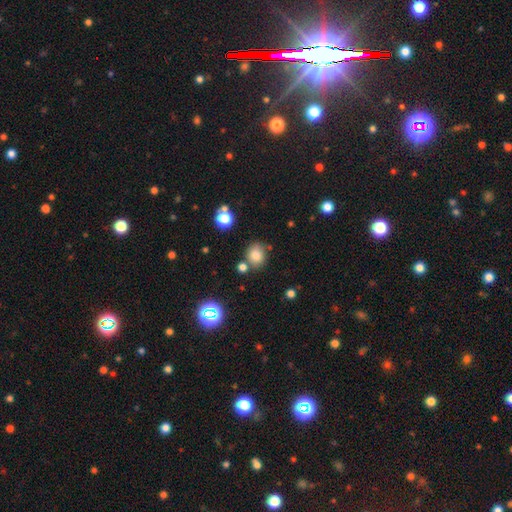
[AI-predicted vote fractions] A smooth galaxy with no disk features (78%) that is round (72%). Merging: none (72%).